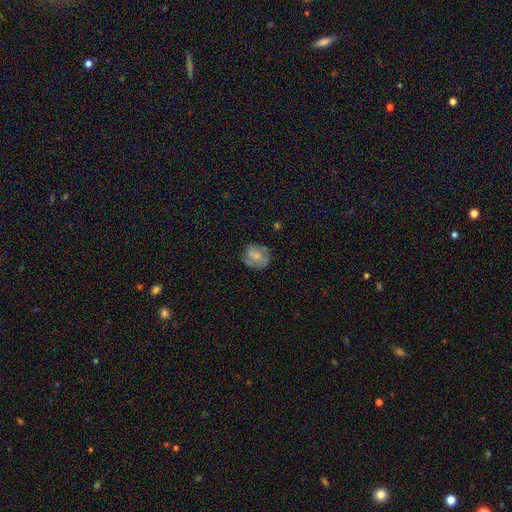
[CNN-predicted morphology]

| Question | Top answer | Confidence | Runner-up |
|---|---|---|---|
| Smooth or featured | smooth | 60% | featured or disk (31%) |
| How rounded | round | 65% | in between (34%) |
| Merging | none | 64% | minor disturbance (24%) |